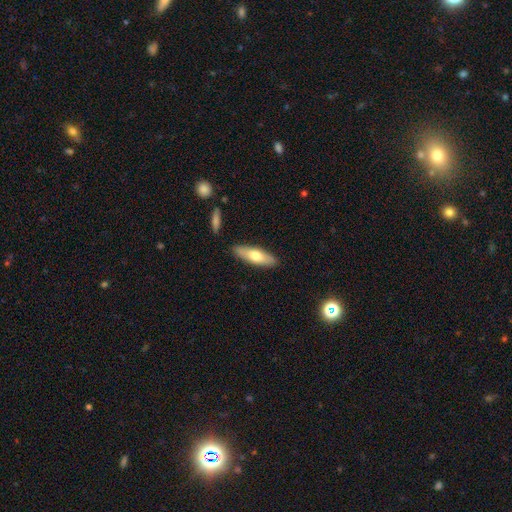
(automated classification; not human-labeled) smooth 64%, featured or disk 30%, star or artifact 6%. Down the decision tree: how rounded — in between (52%); merging — none (85%).